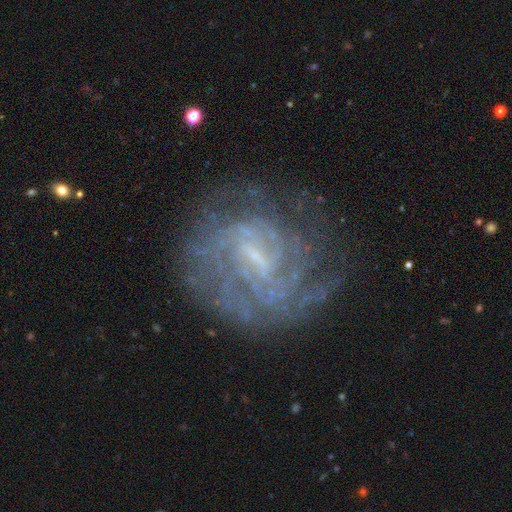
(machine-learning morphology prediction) This is clearly a featured or disk galaxy (83%). It is clearly not viewed edge-on (97%). Bar: possibly weak (57%). Spiral arm pattern: clearly yes (89%). Spiral arm count: possibly can't tell (45%). Spiral winding: likely tight (65%). Central bulge: possibly small (57%). Merging: likely none (69%).